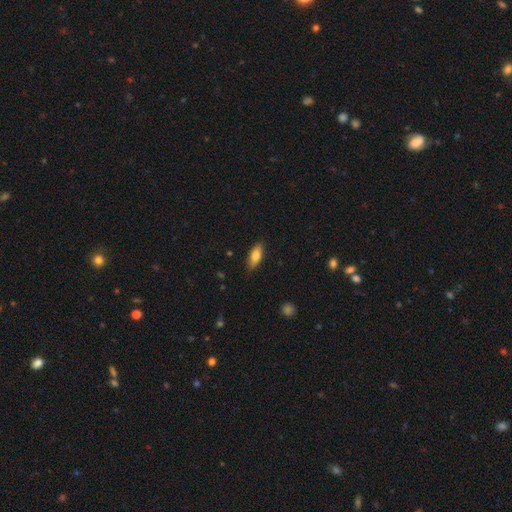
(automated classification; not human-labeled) smooth_or_featured: smooth (p=0.77) [alt: featured or disk p=0.17]
how_rounded: in between (p=0.78) [alt: cigar-shaped p=0.20]
merging: none (p=0.86) [alt: minor disturbance p=0.11]